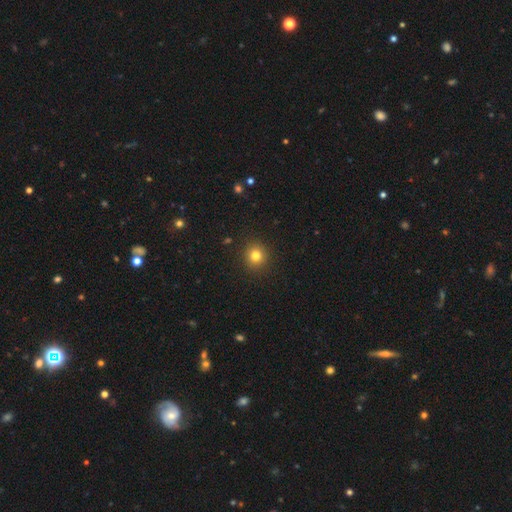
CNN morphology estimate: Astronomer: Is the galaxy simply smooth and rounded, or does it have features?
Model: smooth — 80%.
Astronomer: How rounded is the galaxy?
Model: round — 91%.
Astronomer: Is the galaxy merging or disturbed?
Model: none — 91%.